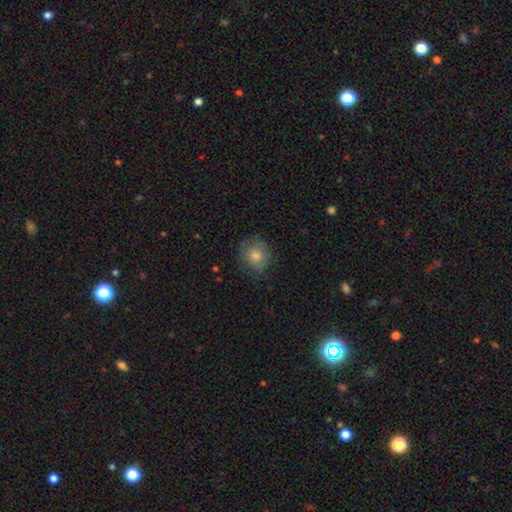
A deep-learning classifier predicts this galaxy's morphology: Overall: smooth (70%). How rounded: round (86%). Merging: none (79%).